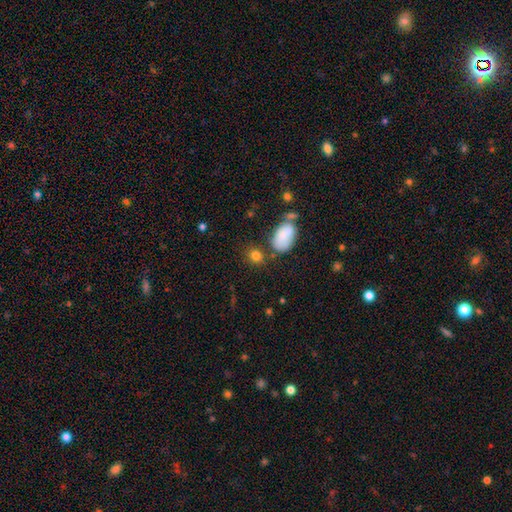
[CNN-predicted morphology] Smooth or featured? smooth (82%)
How rounded? round (50%)
Merging? none (72%)